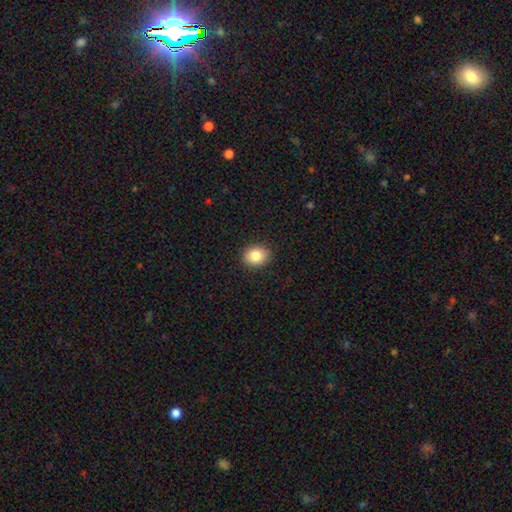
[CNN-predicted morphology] type=smooth (84%); roundness=round (56%); merging=none (90%).